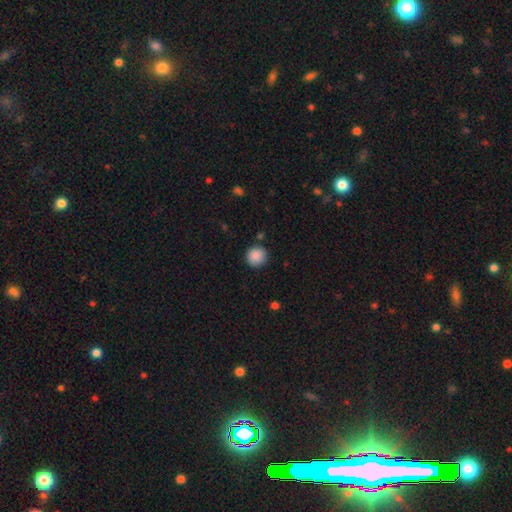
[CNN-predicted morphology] The model was most divided on "merging": none: 87%, minor disturbance: 8%, major disturbance: 2%, merger: 2%. More confident: how rounded — round (92%); smooth or featured — smooth (89%).